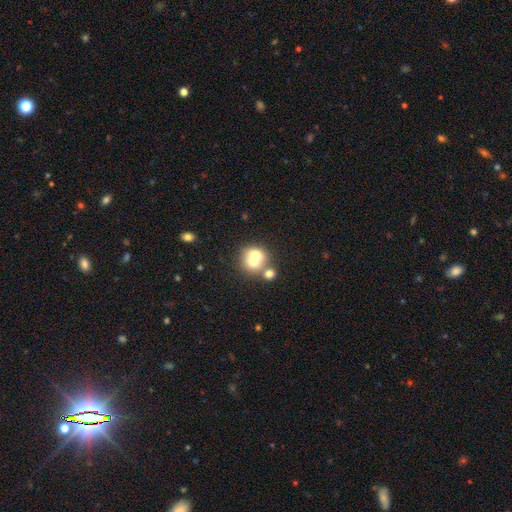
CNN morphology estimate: Smooth or featured: smooth — 63% (featured or disk — 25%)
How rounded: round — 79% (in between — 20%)
Merging: merger — 58% (none — 32%)